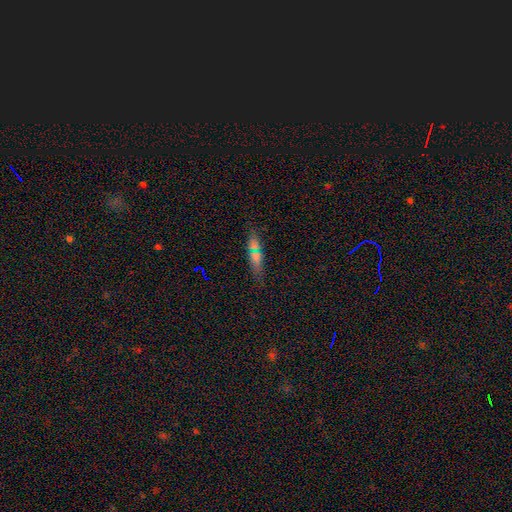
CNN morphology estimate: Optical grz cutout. It shows a smooth galaxy with no disk features (56%) that is cigar-shaped (57%). Merging: none (80%).